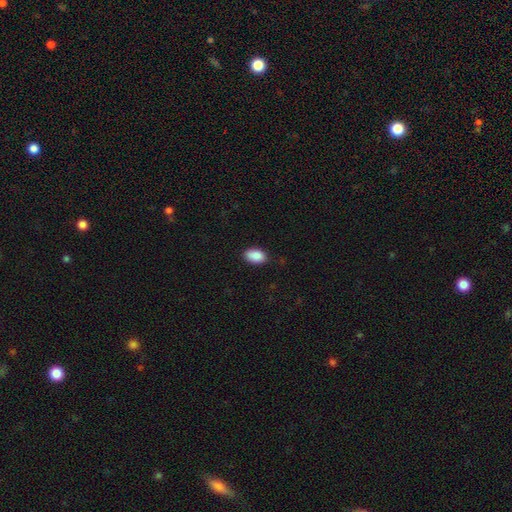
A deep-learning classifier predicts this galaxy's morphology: smooth-or-featured: smooth: 89% | star or artifact: 7% | featured or disk: 3%
  how-rounded: in between: 91% | round: 7% | cigar-shaped: 1%
  merging: none: 85% | minor disturbance: 11% | major disturbance: 2% | merger: 1%